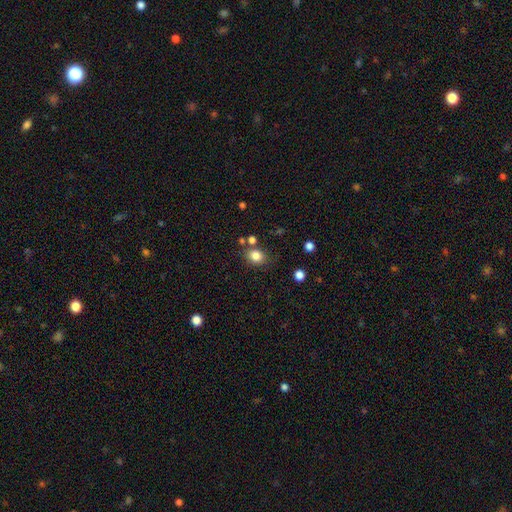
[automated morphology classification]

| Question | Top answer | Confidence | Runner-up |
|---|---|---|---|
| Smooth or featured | smooth | 83% | star or artifact (11%) |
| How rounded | round | 61% | in between (38%) |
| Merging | none | 74% | minor disturbance (13%) |